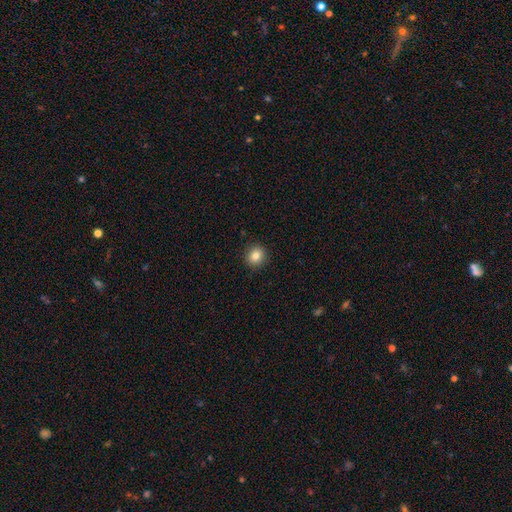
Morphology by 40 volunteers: type=smooth (85%); roundness=round (88%); merging=none (86%).